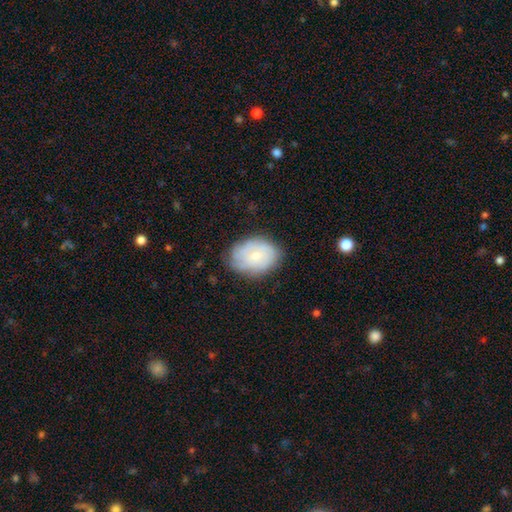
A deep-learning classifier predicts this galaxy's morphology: A smooth galaxy with no disk features (54%) that is in between round and cigar-shaped (71%). Merging: none (69%).